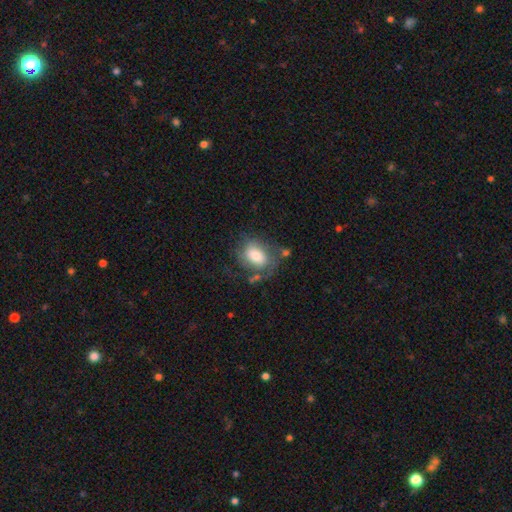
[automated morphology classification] smooth_or_featured: smooth (p=0.59) [alt: featured or disk p=0.34]
how_rounded: in between (p=0.67) [alt: round p=0.31]
merging: none (p=0.48) [alt: minor disturbance p=0.25]